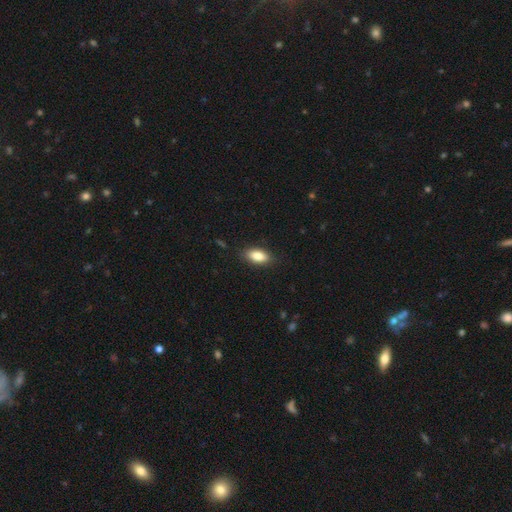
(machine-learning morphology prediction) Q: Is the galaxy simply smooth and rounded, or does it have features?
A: smooth — 85%.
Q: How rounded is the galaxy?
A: in between — 88%.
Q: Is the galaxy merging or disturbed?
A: none — 86%.